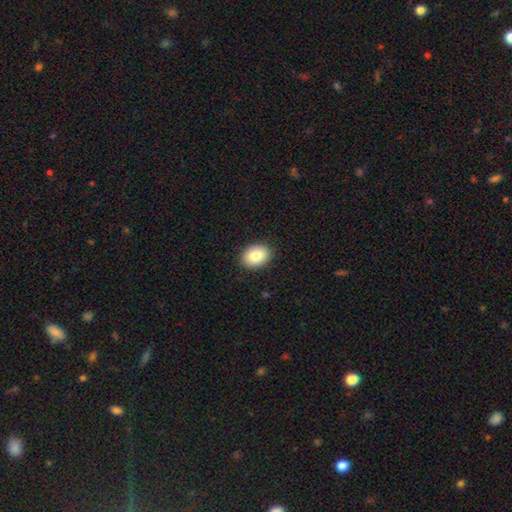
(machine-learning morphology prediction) Smooth or featured? smooth (84%)
How rounded? in between (66%)
Merging? none (90%)